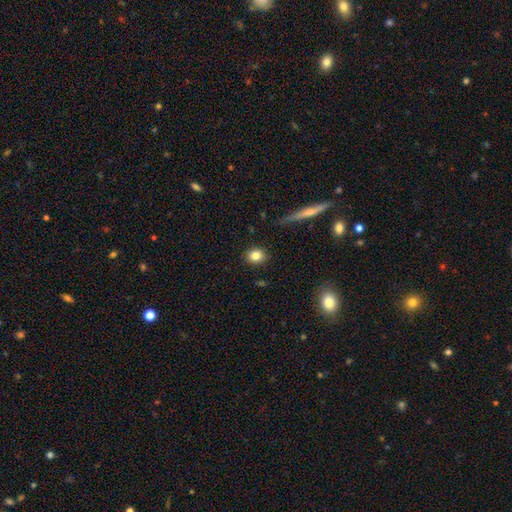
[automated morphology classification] A smooth galaxy with no disk features (82%) that is round (69%).

Vote fractions:
- Smooth or featured? smooth: 82% / star or artifact: 9% / featured or disk: 8%
- How rounded? round: 69% / in between: 29% / cigar-shaped: 2%
- Merging? none: 89% / minor disturbance: 8% / major disturbance: 2% / merger: 1%